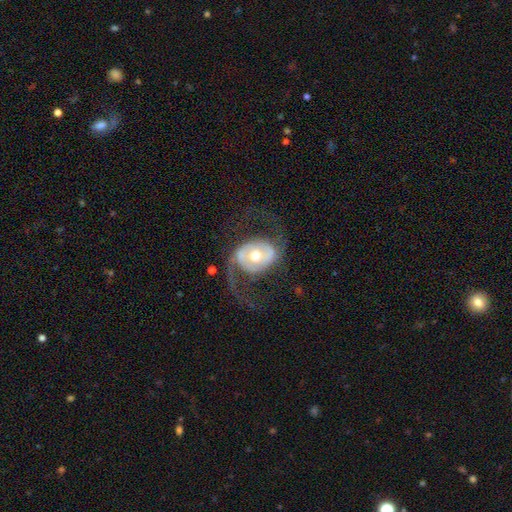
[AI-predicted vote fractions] The model was most divided on "spiral winding": loose: 52%, medium: 38%, tight: 10%. More confident: edge-on disk — no (97%); spiral arms — yes (92%); spiral arm count — 2 (90%); smooth or featured — featured or disk (86%); bulge size — moderate (73%); merging — none (63%); bar — no (51%).